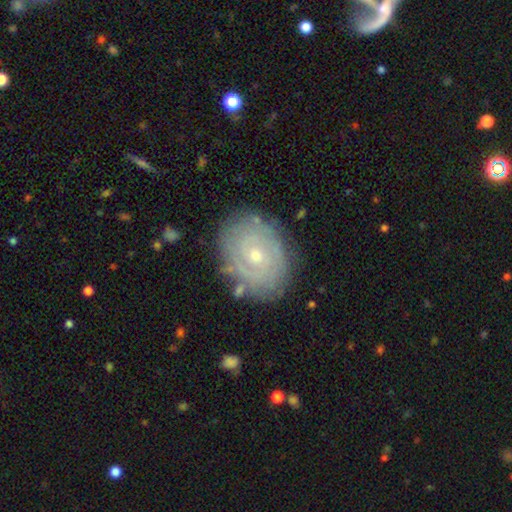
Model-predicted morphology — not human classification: smooth_or_featured: featured or disk (p=0.78) [alt: smooth p=0.16]
disk_edge_on: no (p=0.97) [alt: yes p=0.03]
bar: no (p=0.76) [alt: weak p=0.20]
has_spiral_arms: yes (p=0.87) [alt: no p=0.13]
spiral_winding: tight (p=0.79) [alt: medium p=0.16]
spiral_arm_count: can't tell (p=0.40) [alt: 2 p=0.34]
bulge_size: small (p=0.61) [alt: moderate p=0.36]
merging: none (p=0.80) [alt: minor disturbance p=0.14]